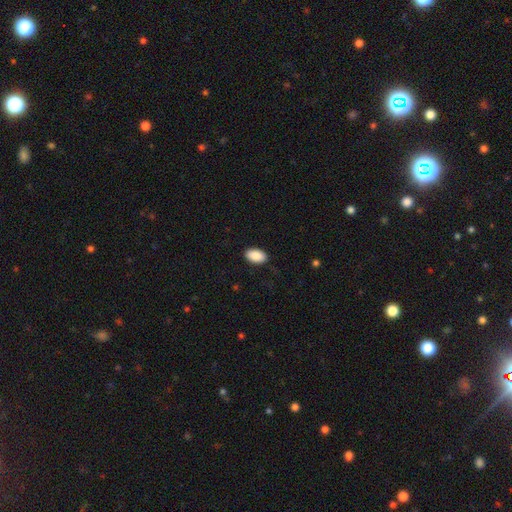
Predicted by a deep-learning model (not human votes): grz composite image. It shows a smooth galaxy with no disk features (89%) that is in between round and cigar-shaped (93%). Merging: none (88%).